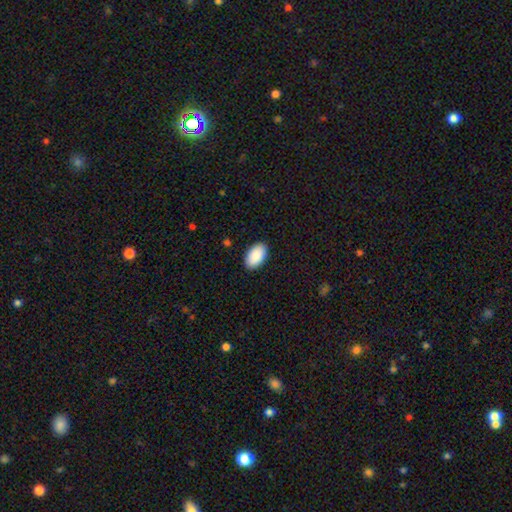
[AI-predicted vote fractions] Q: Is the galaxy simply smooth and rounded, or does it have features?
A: smooth — 91%.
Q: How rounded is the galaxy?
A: in between — 96%.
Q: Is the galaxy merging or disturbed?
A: none — 90%.